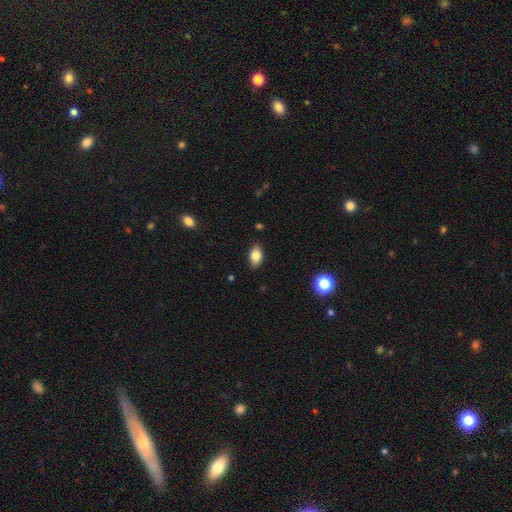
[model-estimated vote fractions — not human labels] Smooth or featured? Predicted: smooth (p=0.82). How rounded? Predicted: in between (p=0.89). Merging? Predicted: none (p=0.86).